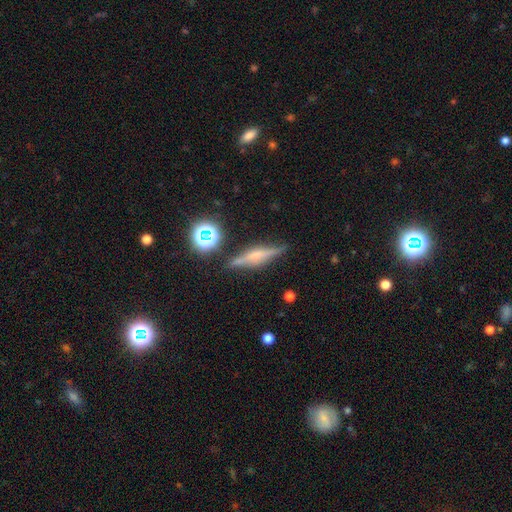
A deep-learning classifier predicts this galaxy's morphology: Smooth or featured? Predicted: featured or disk (p=0.63). Edge-on disk? Predicted: yes (p=0.95). Edge-on bulge? Predicted: rounded (p=0.65). Merging? Predicted: none (p=0.83).